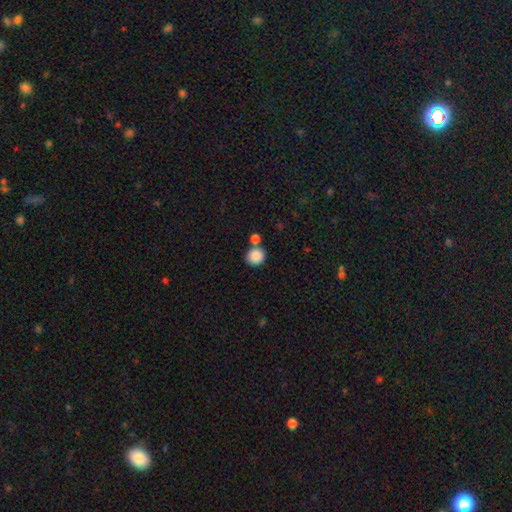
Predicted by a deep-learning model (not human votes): Q: Smooth or featured?
A: smooth (87%); runner-up: star or artifact (9%)
Q: How rounded?
A: round (87%); runner-up: in between (12%)
Q: Merging?
A: none (64%); runner-up: merger (23%)